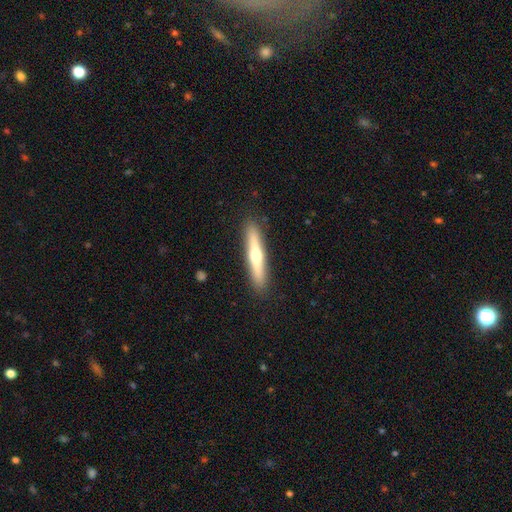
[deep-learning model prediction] This appears to be a featured or disk galaxy (54%) viewed edge-on (94%) with a rounded central bulge (91%). Merging: none (90%).